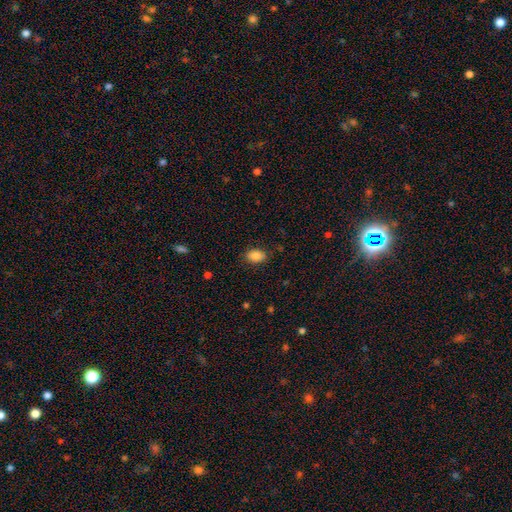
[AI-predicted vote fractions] Morphology: type=smooth (86%); roundness=in between (83%); merging=none (85%).